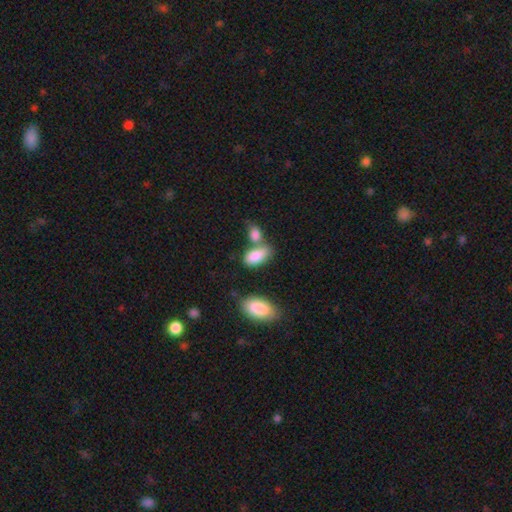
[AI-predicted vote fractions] Morphology: type=smooth (85%); roundness=in between (91%); merging=none (40%).